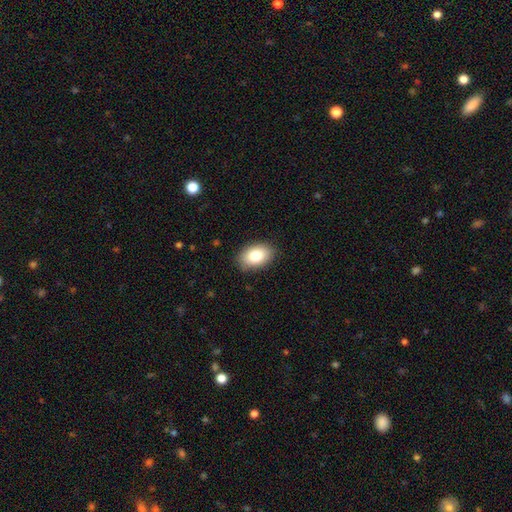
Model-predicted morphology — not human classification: Q: Smooth or featured?
A: smooth (83%); runner-up: featured or disk (10%)
Q: How rounded?
A: in between (88%); runner-up: round (11%)
Q: Merging?
A: none (87%); runner-up: minor disturbance (10%)